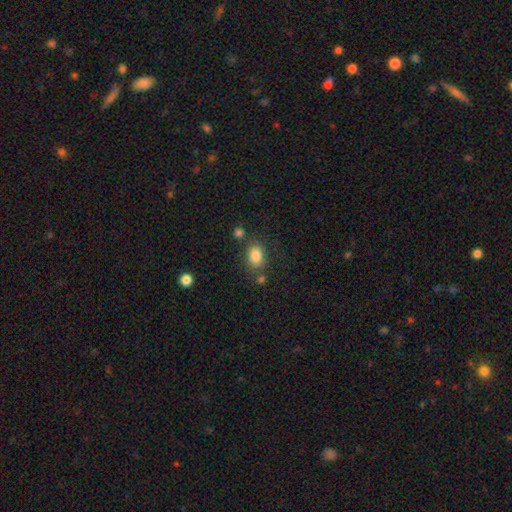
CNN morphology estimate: The model was most divided on "how rounded": in between: 70%, round: 28%, cigar-shaped: 1%. More confident: smooth or featured — smooth (84%); merging — none (70%).